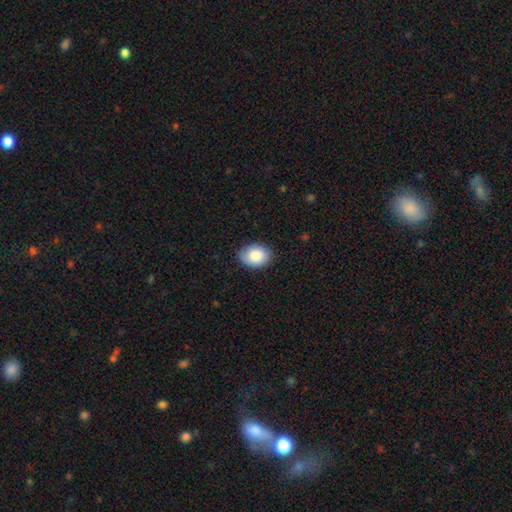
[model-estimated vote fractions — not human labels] smooth 87%, star or artifact 7%, featured or disk 7%. Down the decision tree: how rounded — in between (69%); merging — none (84%).